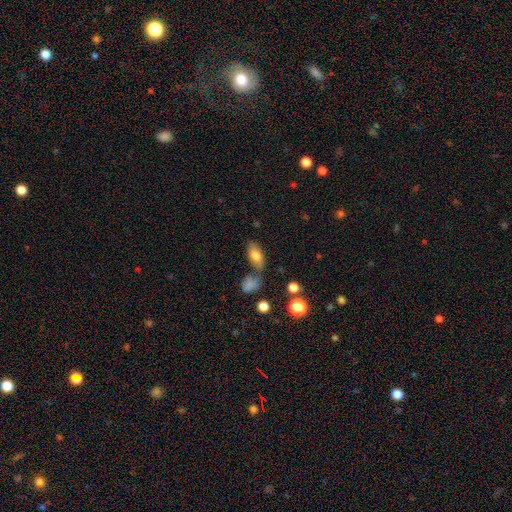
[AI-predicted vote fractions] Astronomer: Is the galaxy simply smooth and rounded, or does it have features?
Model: smooth — 77%.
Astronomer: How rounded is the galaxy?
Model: in between — 88%.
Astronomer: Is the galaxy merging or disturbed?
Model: none — 59%.